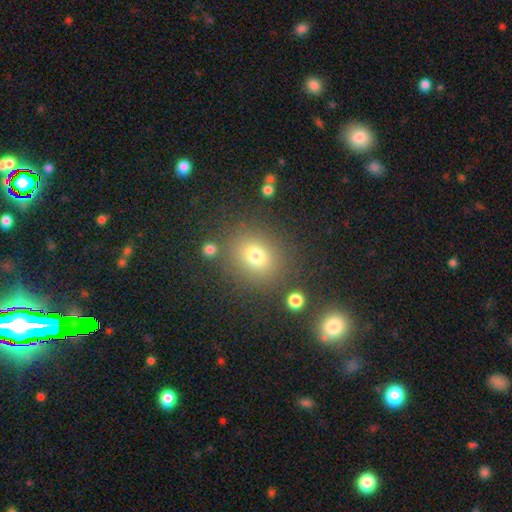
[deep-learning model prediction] smooth 74%, star or artifact 16%, featured or disk 10%. Down the decision tree: how rounded — round (70%); merging — none (81%).